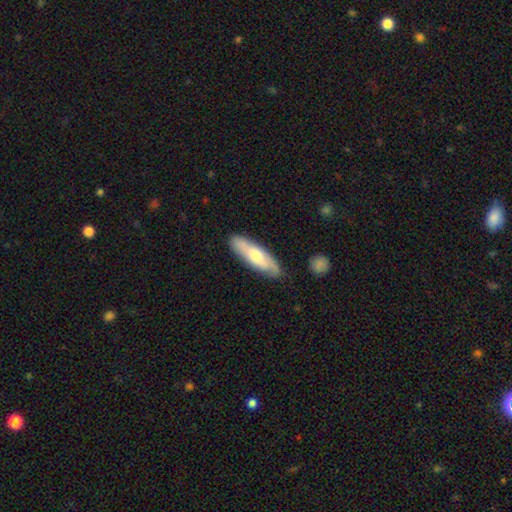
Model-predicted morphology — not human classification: Smooth or featured?
  - smooth: 55% *
  - featured or disk: 39%
  - star or artifact: 6%
How rounded?
  - cigar-shaped: 55% *
  - in between: 43%
  - round: 2%
Merging?
  - none: 82% *
  - minor disturbance: 13%
  - major disturbance: 3%
  - merger: 2%